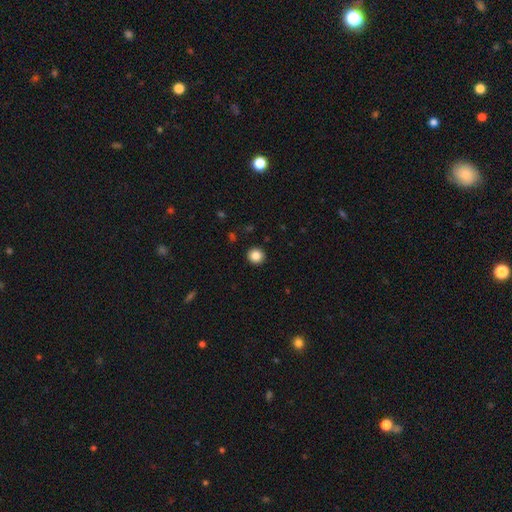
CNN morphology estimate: Q: Smooth or featured?
A: smooth (86%); runner-up: star or artifact (10%)
Q: How rounded?
A: round (93%); runner-up: in between (6%)
Q: Merging?
A: none (93%); runner-up: minor disturbance (5%)